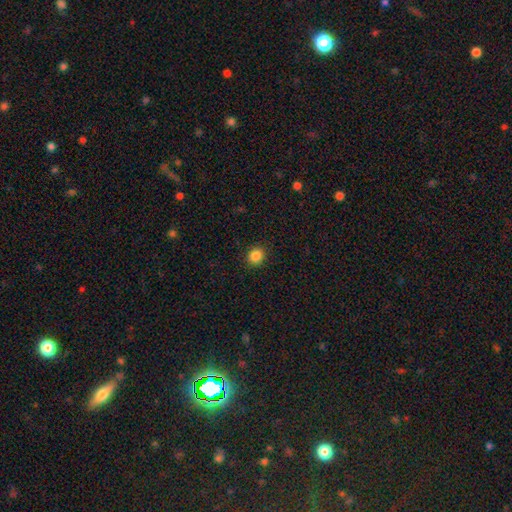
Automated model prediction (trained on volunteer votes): A smooth galaxy with no disk features (86%) that is round (83%).

Vote fractions:
- Smooth or featured? smooth: 86% / star or artifact: 11% / featured or disk: 3%
- How rounded? round: 83% / in between: 16% / cigar-shaped: 1%
- Merging? none: 91% / minor disturbance: 6% / major disturbance: 2% / merger: 1%